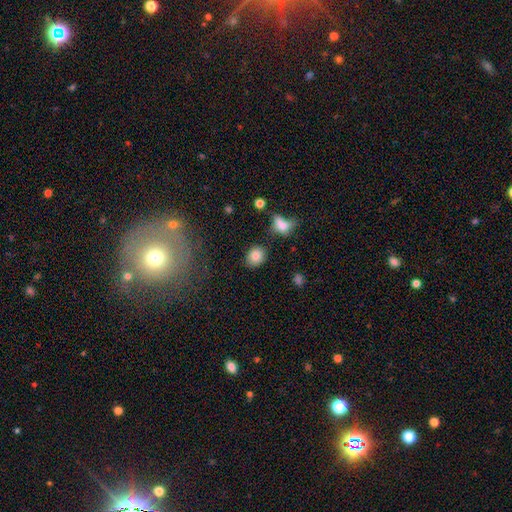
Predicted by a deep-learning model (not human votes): smooth 84%, star or artifact 10%, featured or disk 7%. Down the decision tree: how rounded — round (63%); merging — none (82%).